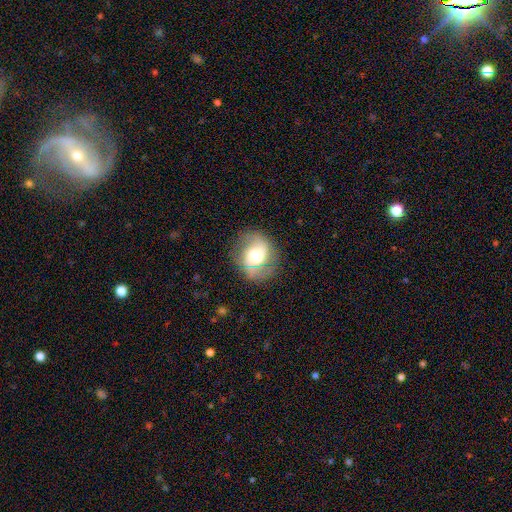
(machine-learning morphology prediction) A featured or disk galaxy (57%) with no bar (54%), spiral arms (79%) and a moderate central bulge (62%).

Vote fractions:
- Smooth or featured? featured or disk: 57% / smooth: 34% / star or artifact: 9%
- Edge-on disk? no: 96% / yes: 4%
- Bar? no: 54% / weak: 35% / strong: 11%
- Spiral arms? yes: 79% / no: 21%
- Bulge size? moderate: 62% / large: 22% / small: 12% / dominant: 3% / none: 1%
- Merging? none: 75% / minor disturbance: 16% / major disturbance: 8% / merger: 1%